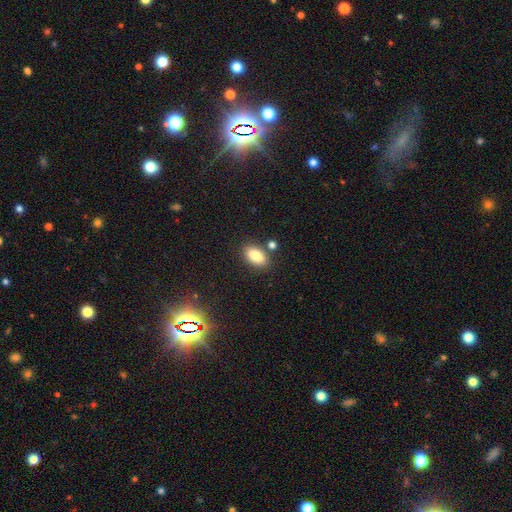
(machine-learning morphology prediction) Q: Smooth or featured?
A: smooth (82%); runner-up: featured or disk (9%)
Q: How rounded?
A: in between (91%); runner-up: round (6%)
Q: Merging?
A: none (79%); runner-up: minor disturbance (10%)